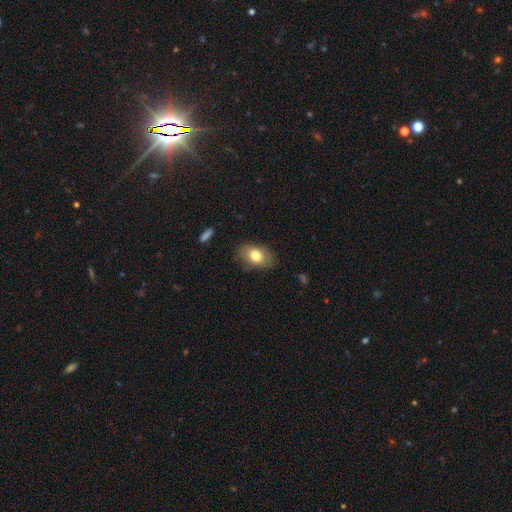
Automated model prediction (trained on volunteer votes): Smooth or featured? Predicted: smooth (p=0.77). How rounded? Predicted: in between (p=0.85). Merging? Predicted: none (p=0.80).